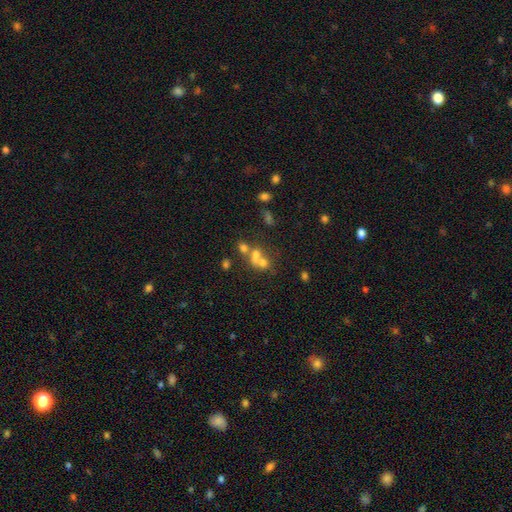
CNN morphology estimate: Smooth or featured? Predicted: smooth (p=0.57). How rounded? Predicted: round (p=0.66). Merging? Predicted: merger (p=0.56).